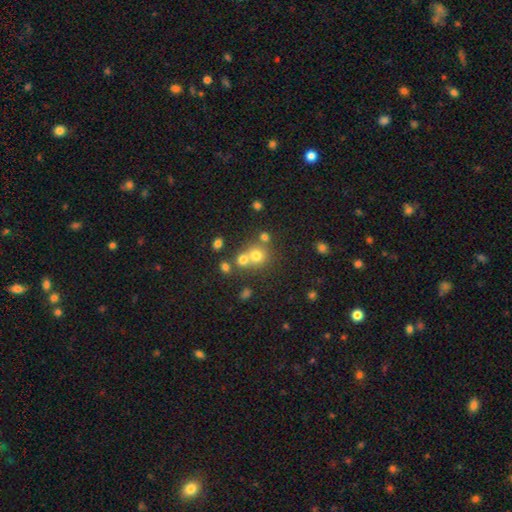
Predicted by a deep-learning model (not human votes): This is likely a smooth galaxy (70%). How rounded: clearly round (84%). Merging: possibly none (48%).